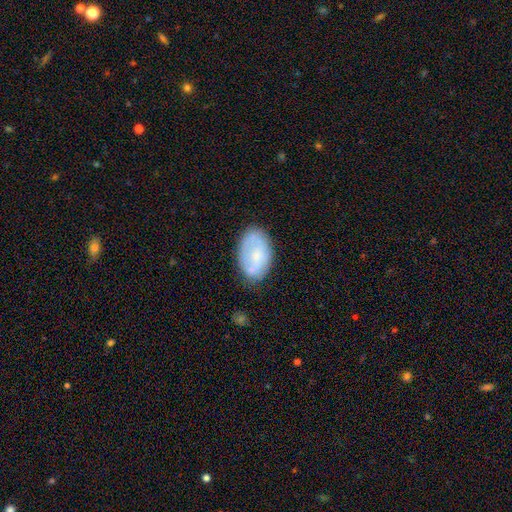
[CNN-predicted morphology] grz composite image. It shows a smooth galaxy with no disk features (52%) that is in between round and cigar-shaped (90%). Merging: none (68%).